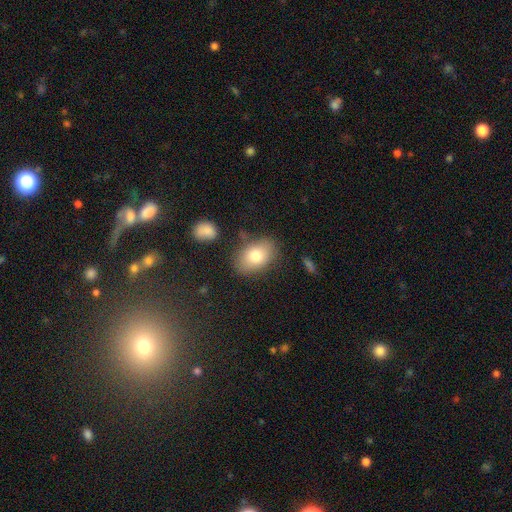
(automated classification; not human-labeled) This appears to be a smooth galaxy with no disk features (78%) that is in between round and cigar-shaped (84%). Merging: none (78%).